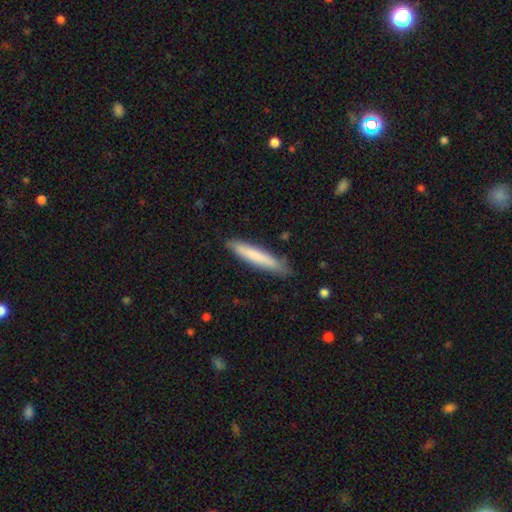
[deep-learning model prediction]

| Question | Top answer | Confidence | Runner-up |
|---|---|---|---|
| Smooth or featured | smooth | 76% | featured or disk (19%) |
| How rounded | cigar-shaped | 92% | in between (7%) |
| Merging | none | 85% | minor disturbance (12%) |